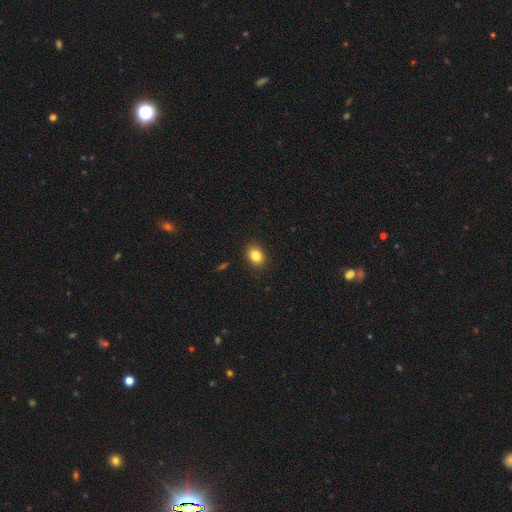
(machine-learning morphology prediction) type=smooth (84%); roundness=in between (52%); merging=none (90%).